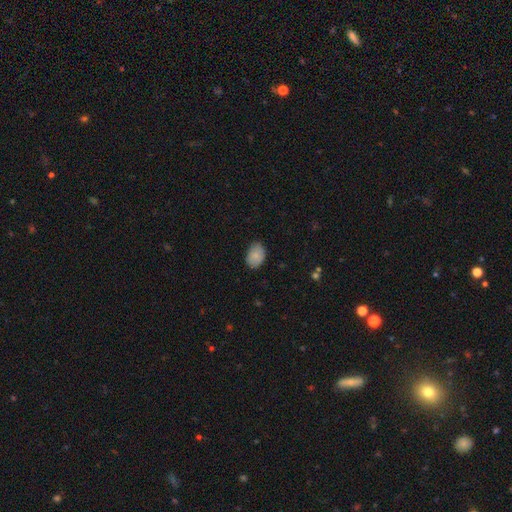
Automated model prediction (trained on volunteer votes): A smooth galaxy with no disk features (84%) that is in between round and cigar-shaped (81%).

Vote fractions:
- Smooth or featured? smooth: 84% / featured or disk: 8% / star or artifact: 7%
- How rounded? in between: 81% / round: 18% / cigar-shaped: 1%
- Merging? none: 76% / minor disturbance: 19% / major disturbance: 3% / merger: 1%